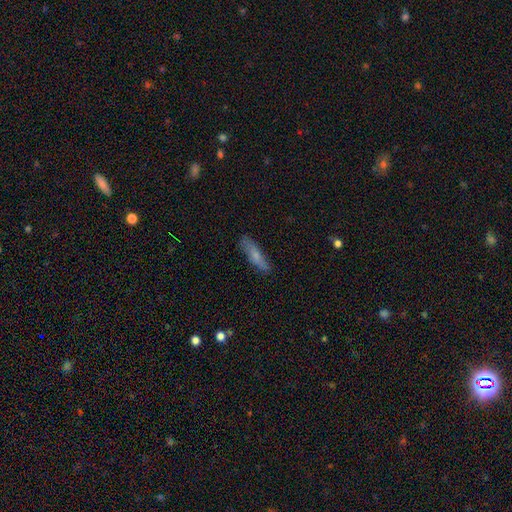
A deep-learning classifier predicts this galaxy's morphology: smooth 67%, featured or disk 26%, star or artifact 7%. Down the decision tree: how rounded — cigar-shaped (75%); merging — none (83%).